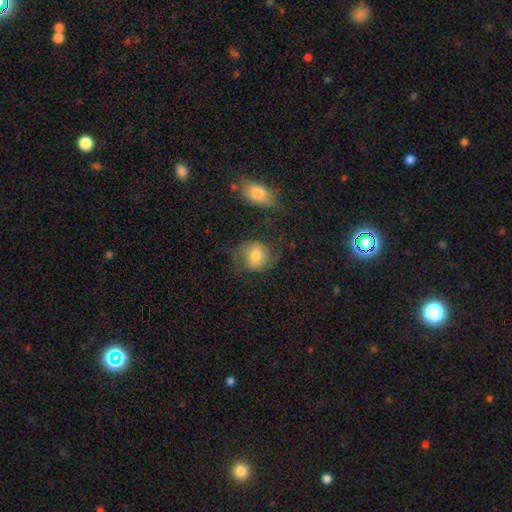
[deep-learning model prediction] The model was most divided on "smooth or featured": smooth: 50%, featured or disk: 41%, star or artifact: 9%. More confident: how rounded — round (73%); merging — none (63%).